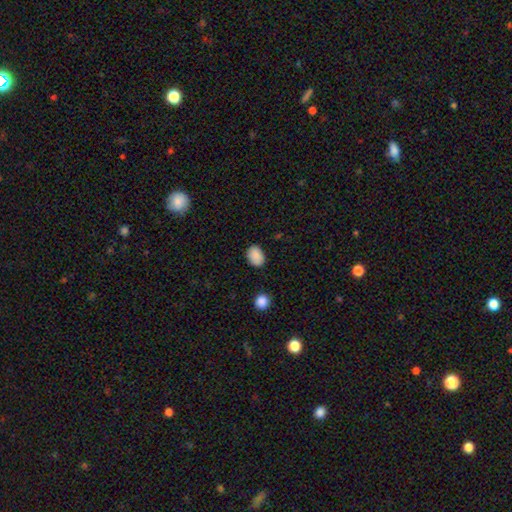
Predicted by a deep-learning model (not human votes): Smooth or featured? Predicted: smooth (p=0.88). How rounded? Predicted: in between (p=0.73). Merging? Predicted: none (p=0.82).